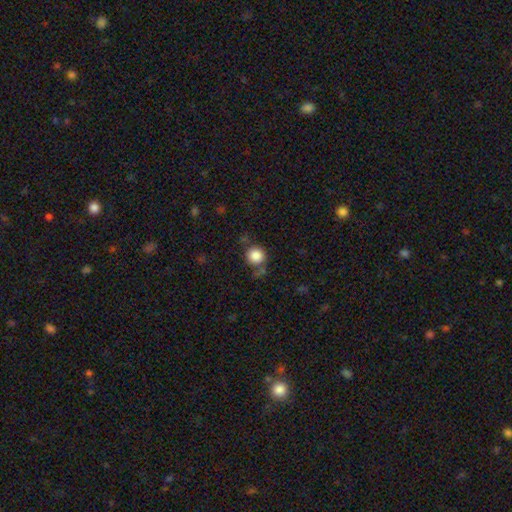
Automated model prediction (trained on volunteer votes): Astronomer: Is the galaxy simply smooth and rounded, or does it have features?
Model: smooth — 85%.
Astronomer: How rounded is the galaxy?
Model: round — 91%.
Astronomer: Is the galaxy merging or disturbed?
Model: none — 69%.